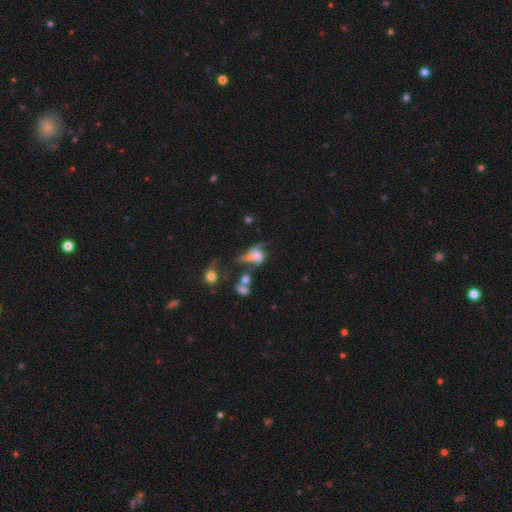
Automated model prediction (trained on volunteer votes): smooth-or-featured: featured or disk: 51% | smooth: 35% | star or artifact: 15%
  disk-edge-on: no: 92% | yes: 8%
  merging: major disturbance: 38% | merger: 27% | none: 20% | minor disturbance: 14%